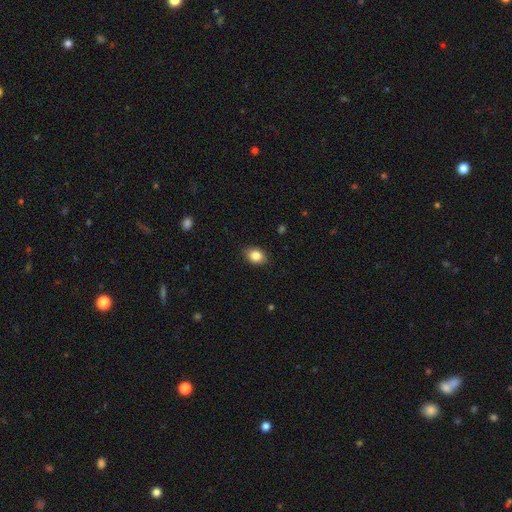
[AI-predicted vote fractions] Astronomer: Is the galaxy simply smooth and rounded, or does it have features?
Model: smooth — 84%.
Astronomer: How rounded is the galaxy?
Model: in between — 68%.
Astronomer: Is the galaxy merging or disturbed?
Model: none — 85%.